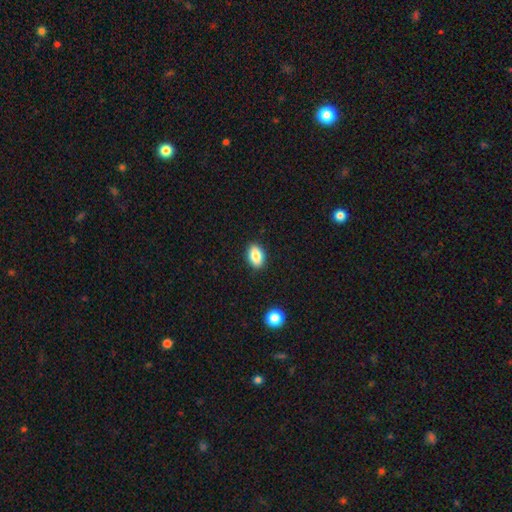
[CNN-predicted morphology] Smooth or featured: smooth — 86% (star or artifact — 8%)
How rounded: in between — 88% (round — 10%)
Merging: none — 89% (minor disturbance — 8%)